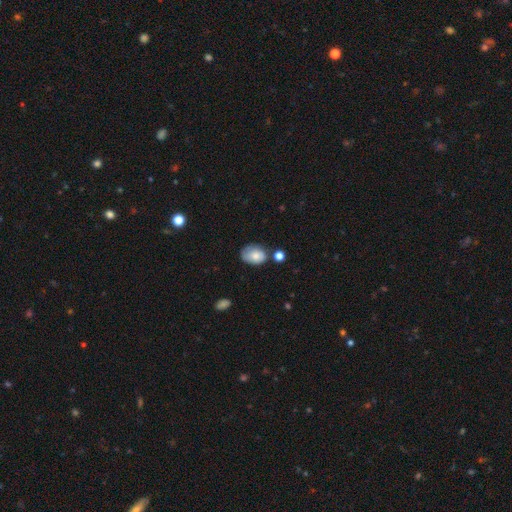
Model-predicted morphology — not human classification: Smooth or featured? Predicted: smooth (p=0.74). How rounded? Predicted: in between (p=0.79). Merging? Predicted: none (p=0.51).